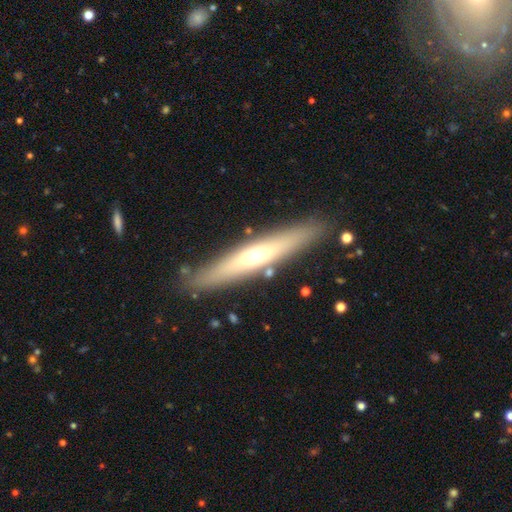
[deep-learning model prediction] Overall: featured or disk (55%; smooth 39%). Edge-on disk: yes (86%). Merging: none (86%).